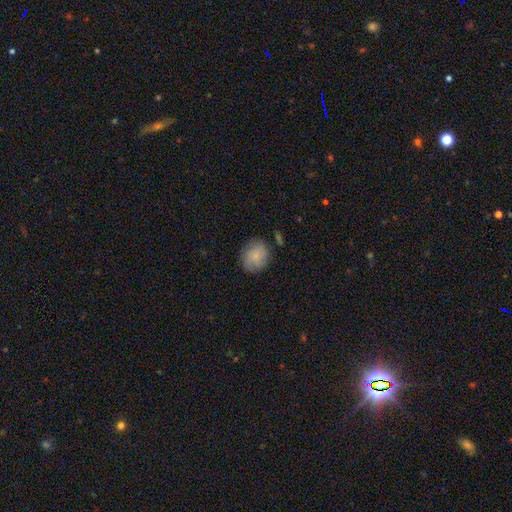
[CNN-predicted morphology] smooth_or_featured: smooth (p=0.77) [alt: featured or disk p=0.15]
how_rounded: round (p=0.71) [alt: in between p=0.28]
merging: none (p=0.72) [alt: minor disturbance p=0.19]